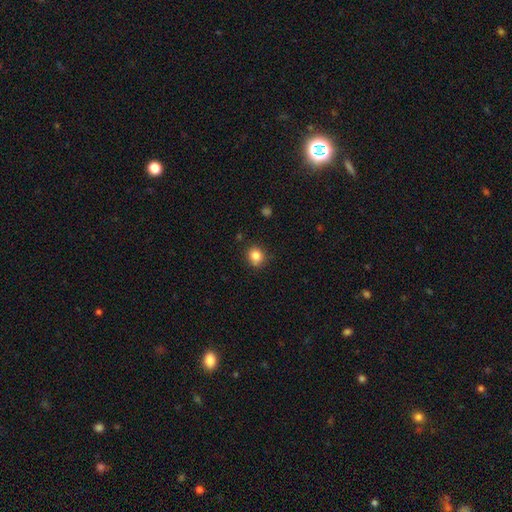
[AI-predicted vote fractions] This is clearly a smooth galaxy (84%). How rounded: clearly round (82%). Merging: clearly none (83%).